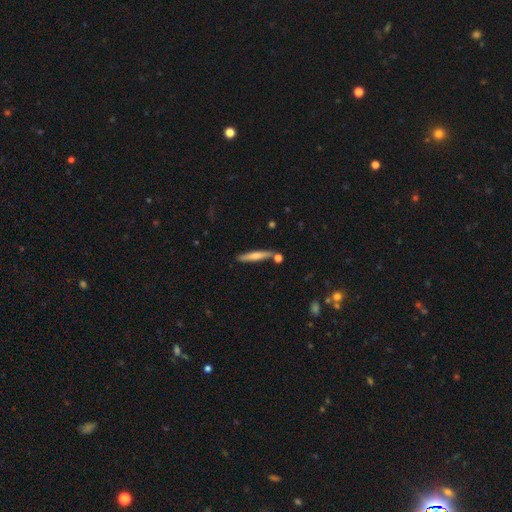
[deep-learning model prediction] smooth_or_featured: smooth (p=0.61) [alt: featured or disk p=0.34]
how_rounded: cigar-shaped (p=0.92) [alt: in between p=0.07]
merging: none (p=0.79) [alt: minor disturbance p=0.11]